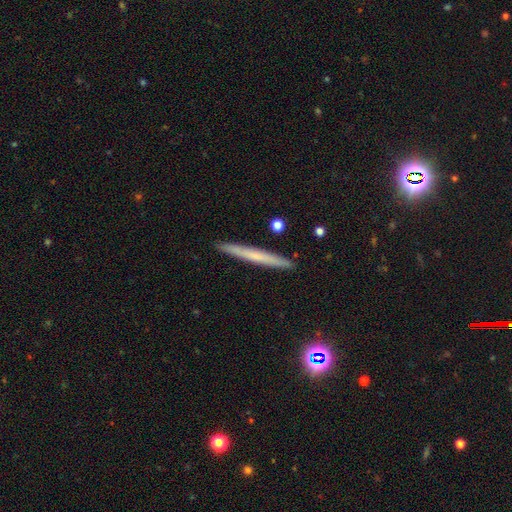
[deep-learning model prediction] smooth_or_featured: smooth (p=0.51) [alt: featured or disk p=0.41]
how_rounded: cigar-shaped (p=0.97) [alt: in between p=0.02]
merging: none (p=0.92) [alt: minor disturbance p=0.05]